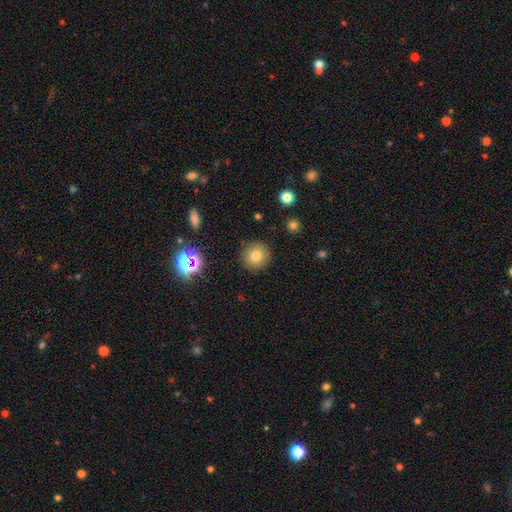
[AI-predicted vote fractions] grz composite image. It shows a smooth galaxy with no disk features (77%) that is round (92%). Merging: none (89%).